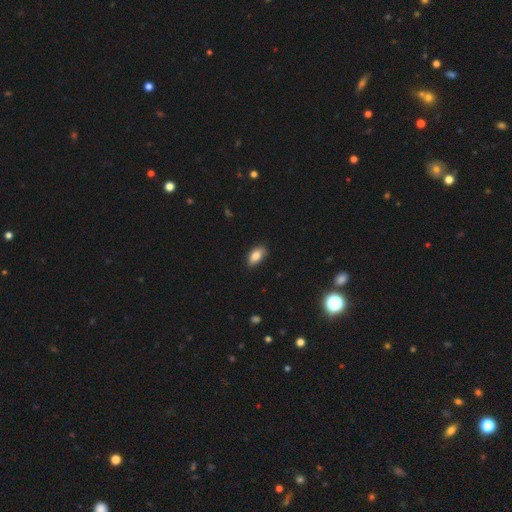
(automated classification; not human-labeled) Smooth or featured?
  - smooth: 85% *
  - featured or disk: 8%
  - star or artifact: 7%
How rounded?
  - in between: 92% *
  - round: 5%
  - cigar-shaped: 3%
Merging?
  - none: 81% *
  - minor disturbance: 15%
  - major disturbance: 2%
  - merger: 1%